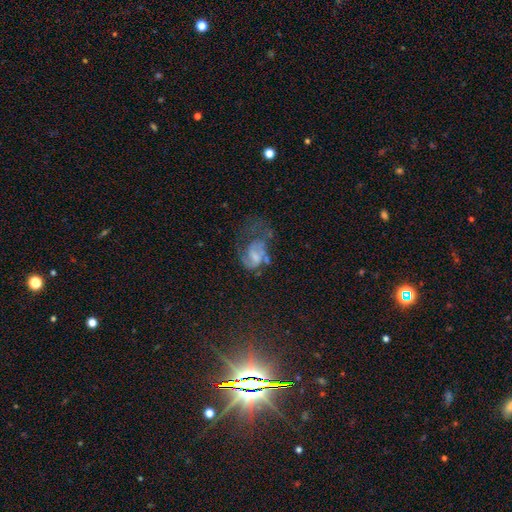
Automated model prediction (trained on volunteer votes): Smooth or featured?
  - featured or disk: 62% *
  - smooth: 27%
  - star or artifact: 11%
Edge-on disk?
  - no: 98% *
  - yes: 2%
Bar?
  - no: 50% *
  - weak: 40%
  - strong: 9%
Spiral arms?
  - yes: 75% *
  - no: 25%
Bulge size?
  - moderate: 32% *
  - small: 30%
  - none: 26%
  - large: 9%
  - dominant: 2%
Merging?
  - major disturbance: 50% *
  - none: 23%
  - minor disturbance: 19%
  - merger: 8%